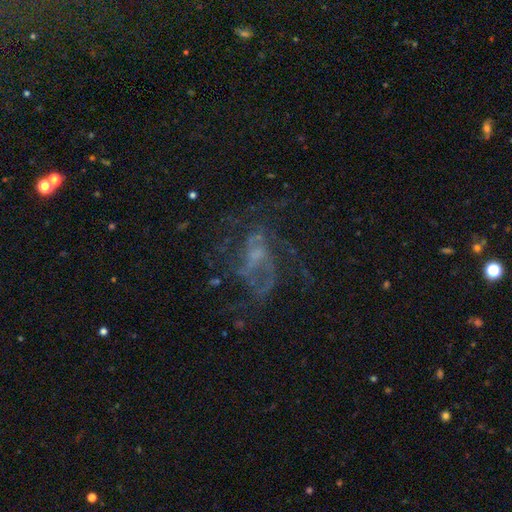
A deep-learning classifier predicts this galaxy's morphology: A featured or disk galaxy (77%) with no bar (51%), medium (45%) spiral arms (78%) and a small central bulge (45%). Merging: none (52%).